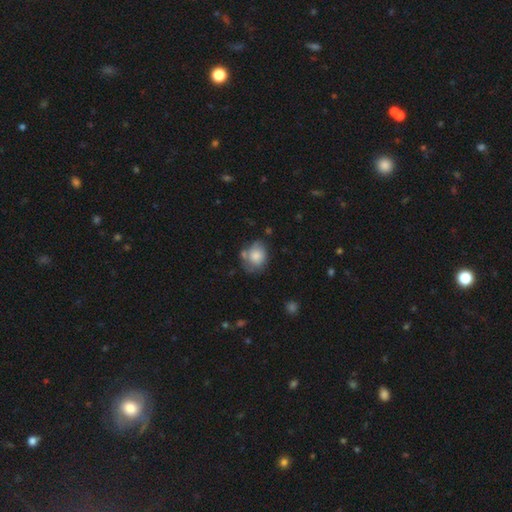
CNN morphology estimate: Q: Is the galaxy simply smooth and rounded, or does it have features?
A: smooth — 76%.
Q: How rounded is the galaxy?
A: round — 51%.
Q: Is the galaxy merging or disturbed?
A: none — 49%.